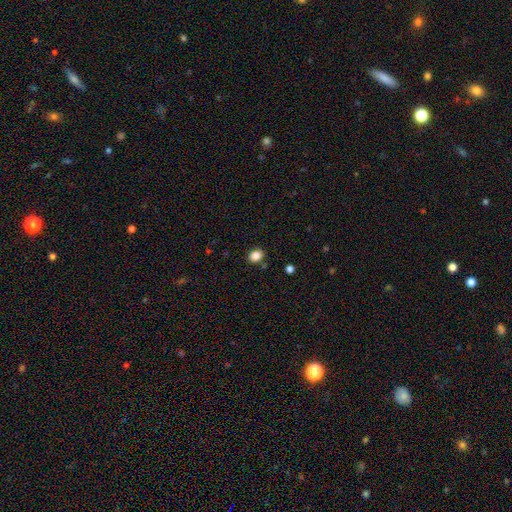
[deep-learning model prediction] Overall: smooth (86%). How rounded: in between (52%; round 47%). Merging: none (85%).